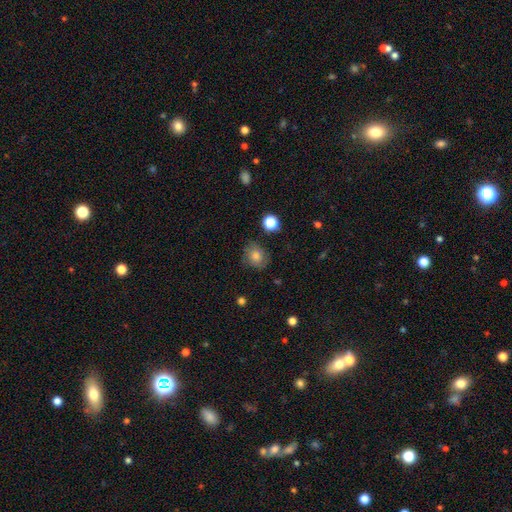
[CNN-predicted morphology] smooth 64%, featured or disk 22%, star or artifact 14%. Down the decision tree: how rounded — round (68%); merging — none (75%).